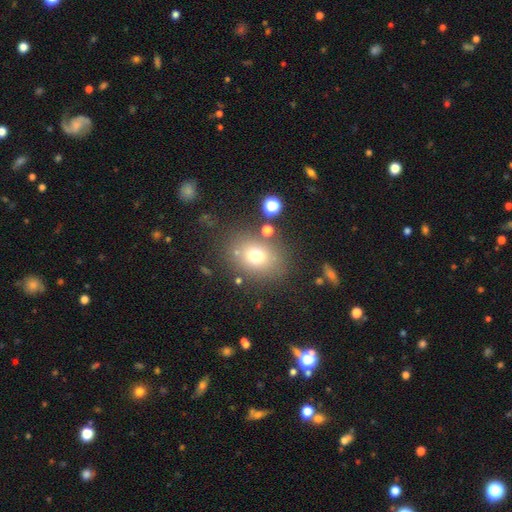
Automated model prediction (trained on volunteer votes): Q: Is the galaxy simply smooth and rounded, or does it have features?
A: smooth — 70%.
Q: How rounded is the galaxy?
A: in between — 51%.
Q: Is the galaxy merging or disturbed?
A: none — 75%.